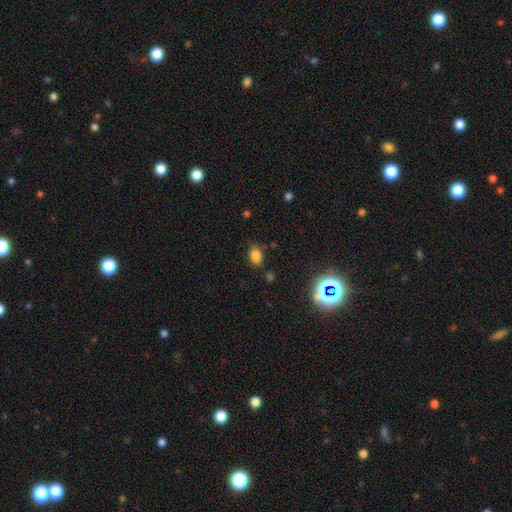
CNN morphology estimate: smooth 79%, star or artifact 15%, featured or disk 6%. Down the decision tree: how rounded — in between (85%); merging — none (78%).